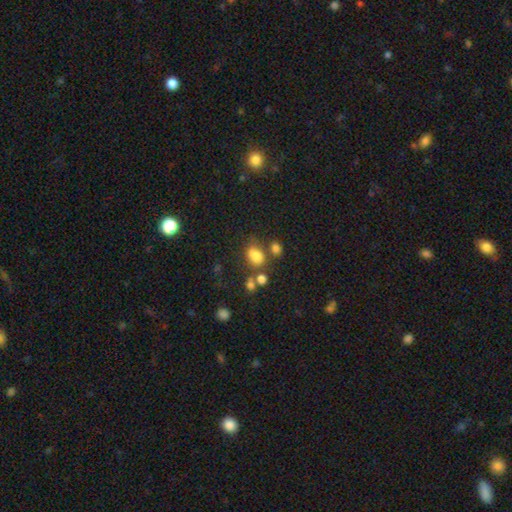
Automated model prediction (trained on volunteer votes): smooth-or-featured: smooth: 78% | star or artifact: 14% | featured or disk: 8%
  how-rounded: in between: 75% | round: 23% | cigar-shaped: 2%
  merging: none: 48% | merger: 22% | minor disturbance: 20% | major disturbance: 10%